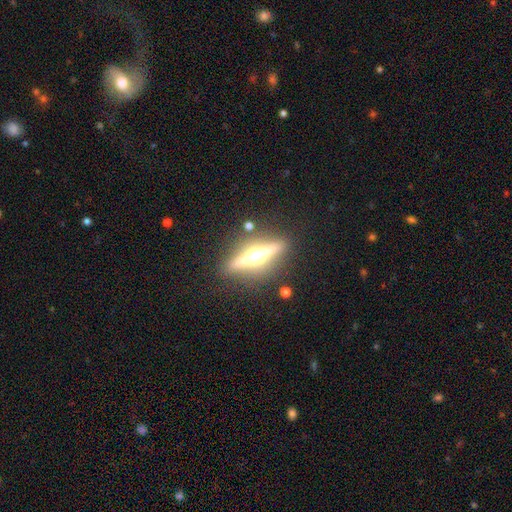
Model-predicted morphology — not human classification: smooth_or_featured: featured or disk (p=0.80) [alt: smooth p=0.12]
disk_edge_on: yes (p=0.96) [alt: no p=0.04]
edge_on_bulge: rounded (p=0.94) [alt: boxy p=0.04]
merging: none (p=0.87) [alt: minor disturbance p=0.08]